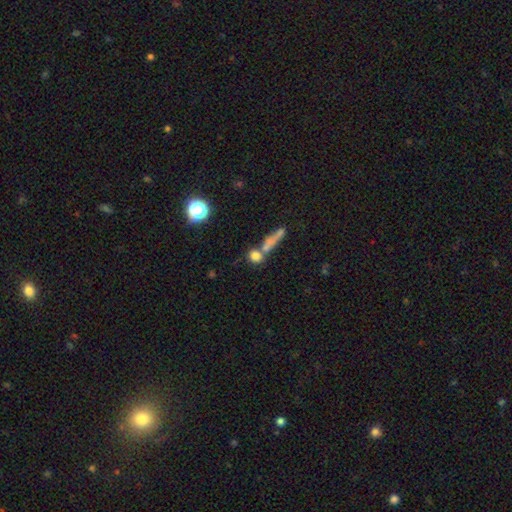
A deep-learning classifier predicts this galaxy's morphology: Smooth or featured? Predicted: smooth (p=0.73). How rounded? Predicted: round (p=0.67). Merging? Predicted: none (p=0.49).